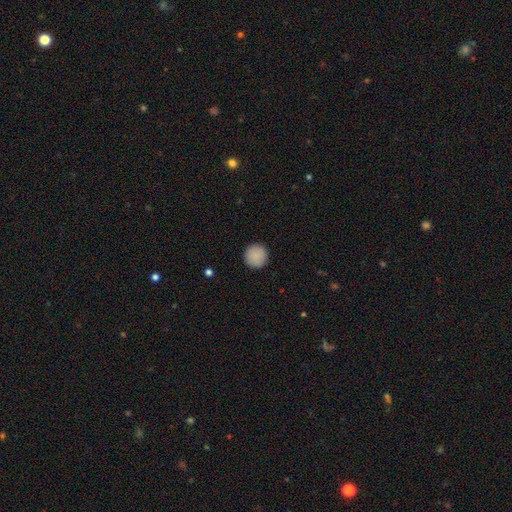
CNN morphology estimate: A smooth galaxy with no disk features (89%) that is round (96%). Merging: none (93%).